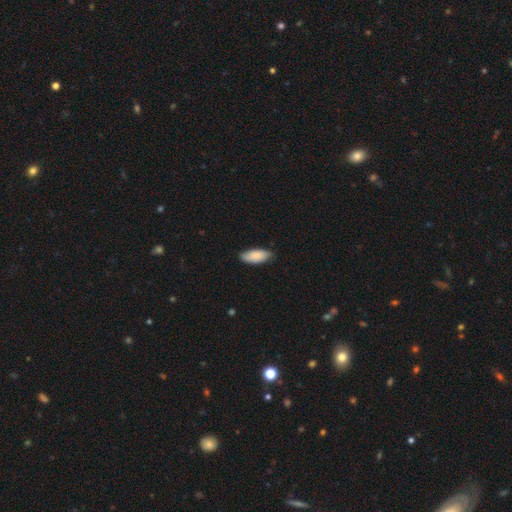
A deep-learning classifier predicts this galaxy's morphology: type=smooth (85%); roundness=in between (84%); merging=none (80%).